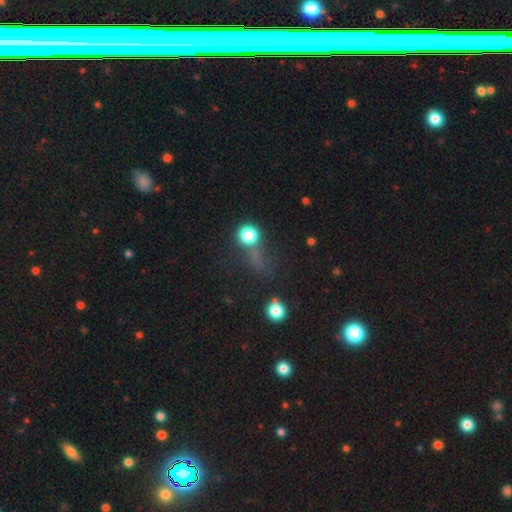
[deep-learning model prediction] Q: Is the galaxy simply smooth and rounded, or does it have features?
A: smooth — 48%.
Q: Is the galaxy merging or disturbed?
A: none — 48%.